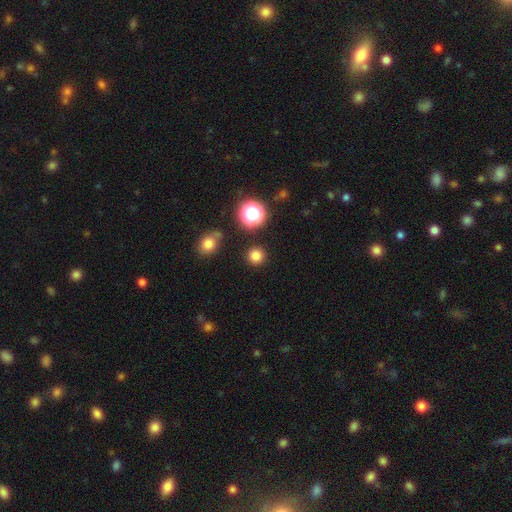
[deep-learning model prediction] This appears to be a smooth galaxy with no disk features (79%) that is round (94%). Merging: none (90%).